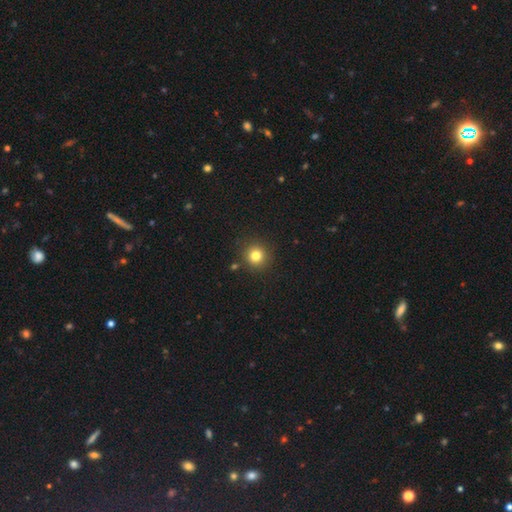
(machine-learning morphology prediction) smooth-or-featured: smooth: 80% | star or artifact: 13% | featured or disk: 7%
  how-rounded: round: 93% | in between: 6% | cigar-shaped: 1%
  merging: none: 88% | minor disturbance: 6% | merger: 3% | major disturbance: 2%